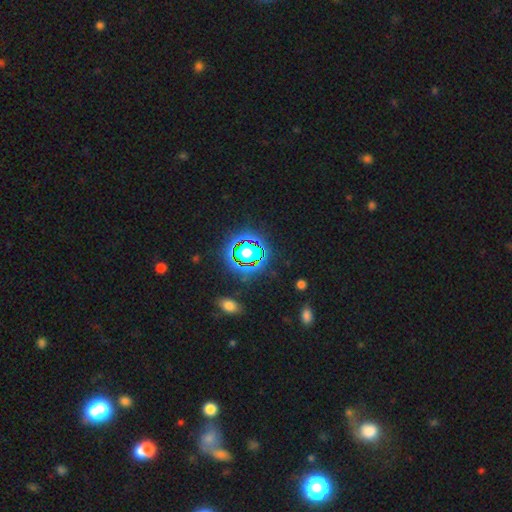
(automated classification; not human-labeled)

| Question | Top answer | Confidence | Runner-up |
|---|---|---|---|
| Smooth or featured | star or artifact | 78% | smooth (14%) |